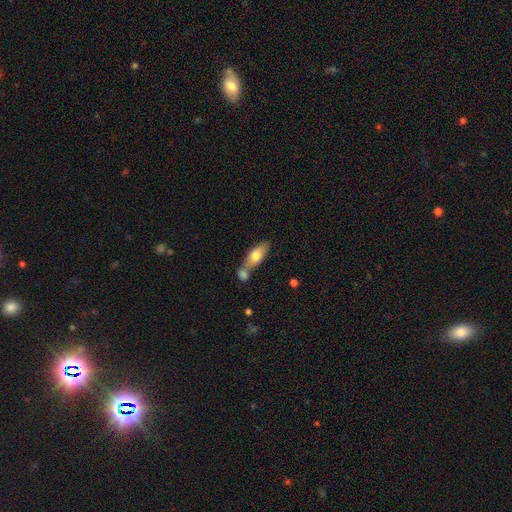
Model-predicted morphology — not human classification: A smooth galaxy with no disk features (68%) that is in between round and cigar-shaped (71%). Merging: none (43%).